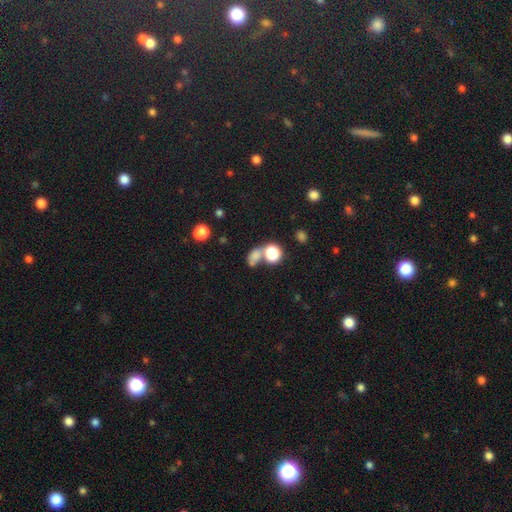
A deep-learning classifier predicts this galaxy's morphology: A smooth galaxy with no disk features (71%) that is round (49%, tied with in between).

Vote fractions:
- Smooth or featured? smooth: 71% / star or artifact: 19% / featured or disk: 10%
- How rounded? round: 49% (tied) / in between: 49% (tied) / cigar-shaped: 3%
- Merging? merger: 45% / none: 35% / minor disturbance: 11% / major disturbance: 9%